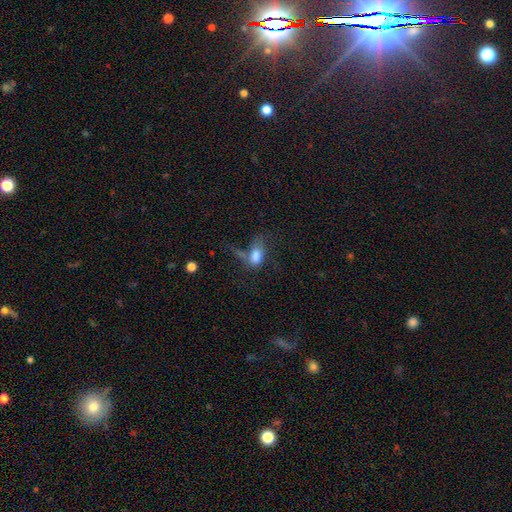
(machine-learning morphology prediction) smooth-or-featured: smooth: 72% | featured or disk: 17% | star or artifact: 11%
  how-rounded: in between: 86% | round: 8% | cigar-shaped: 6%
  merging: major disturbance: 34% | none: 27% | merger: 20% | minor disturbance: 19%